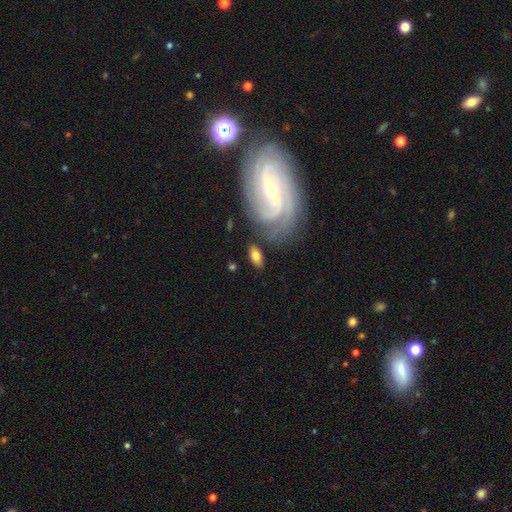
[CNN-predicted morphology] Overall: smooth (67%). How rounded: in between (90%). Merging: none (74%).